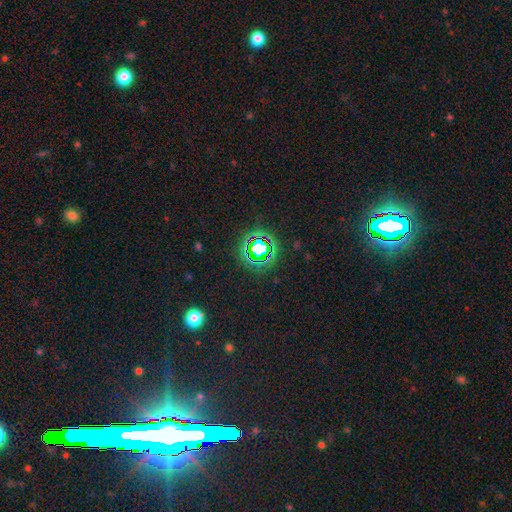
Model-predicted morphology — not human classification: A star or artifact, not a galaxy (81%).

Vote fractions:
- Smooth or featured? star or artifact: 81% / smooth: 12% / featured or disk: 7%